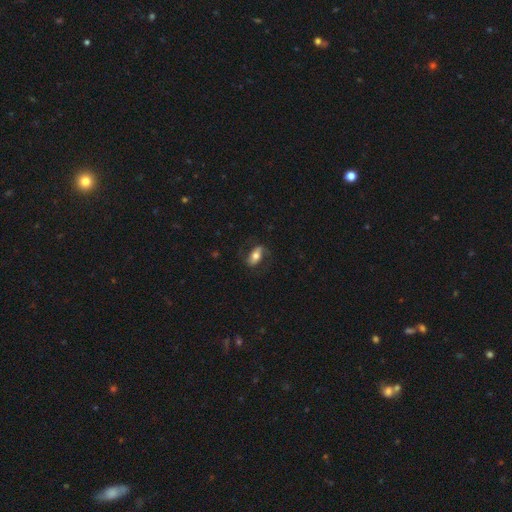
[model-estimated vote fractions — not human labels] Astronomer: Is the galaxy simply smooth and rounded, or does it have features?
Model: featured or disk — 52% (runner-up: smooth, 41%).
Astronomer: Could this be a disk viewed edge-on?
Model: no — 89%.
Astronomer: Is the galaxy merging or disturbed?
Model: none — 71%.